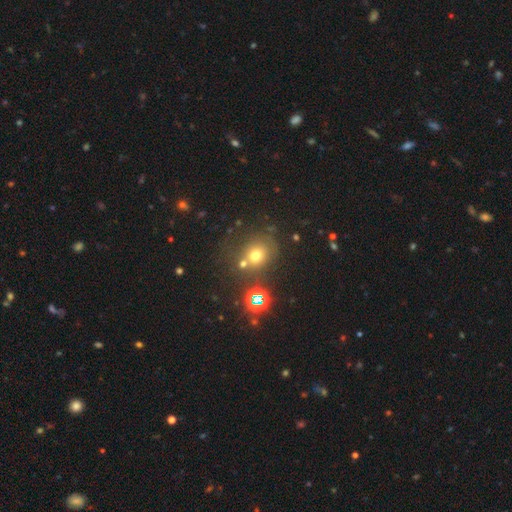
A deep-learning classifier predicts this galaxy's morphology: Overall: smooth (65%). How rounded: round (75%). Merging: none (62%).